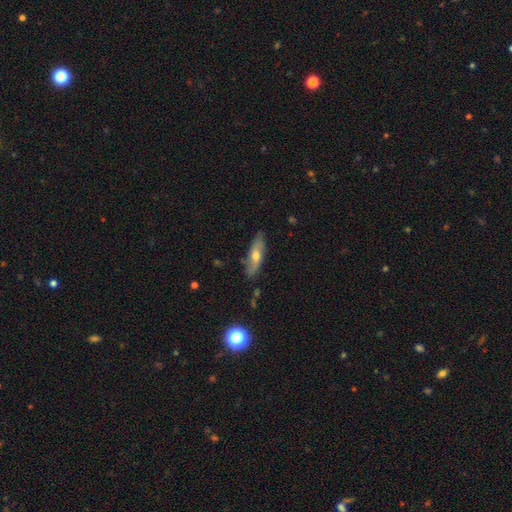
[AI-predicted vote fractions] Smooth or featured? Predicted: smooth (p=0.47). Merging? Predicted: none (p=0.80).